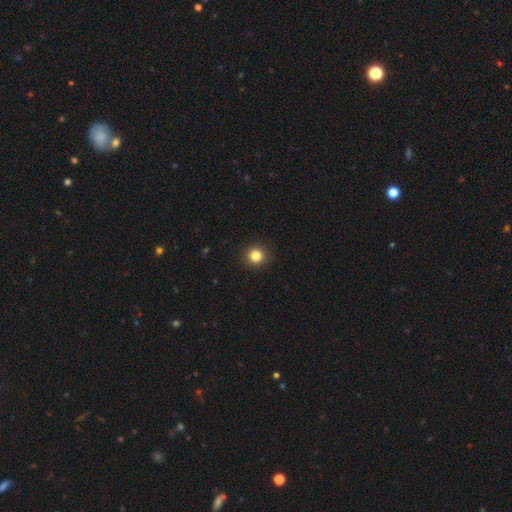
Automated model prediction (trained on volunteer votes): This appears to be a smooth galaxy with no disk features (84%) that is round (94%). Merging: none (92%).